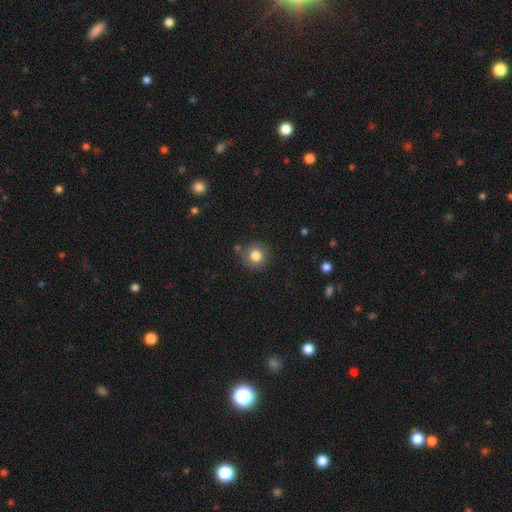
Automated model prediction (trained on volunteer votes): Overall: smooth (80%). How rounded: round (90%). Merging: none (80%).